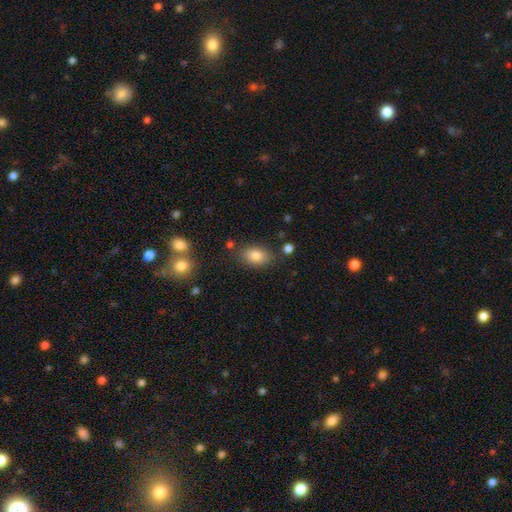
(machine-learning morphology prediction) smooth_or_featured: smooth (p=0.81) [alt: star or artifact p=0.09]
how_rounded: in between (p=0.84) [alt: round p=0.14]
merging: none (p=0.79) [alt: minor disturbance p=0.13]